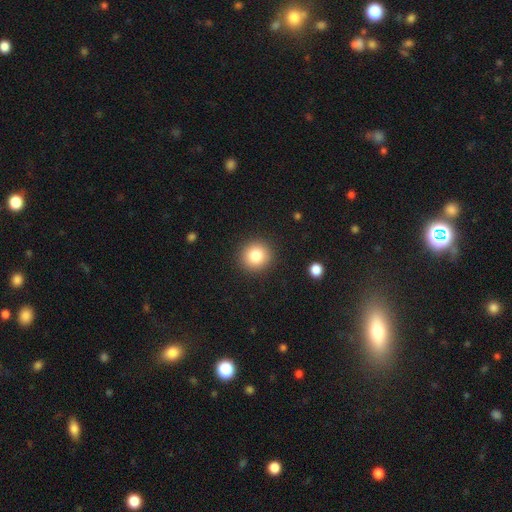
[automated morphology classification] Overall: smooth (82%). How rounded: round (92%). Merging: none (91%).